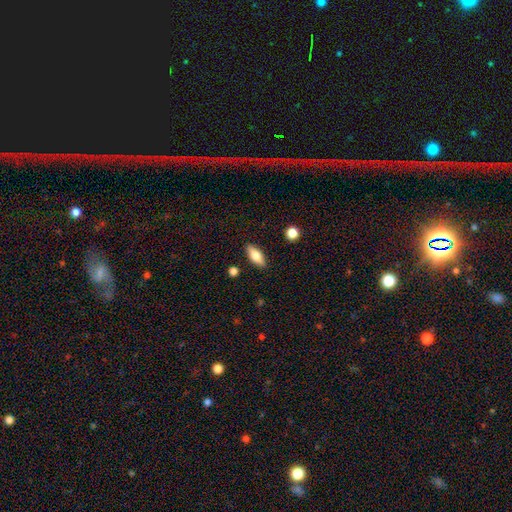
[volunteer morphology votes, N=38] A smooth galaxy with no disk features (84%) that is in between round and cigar-shaped (72%). Merging: none (84%).